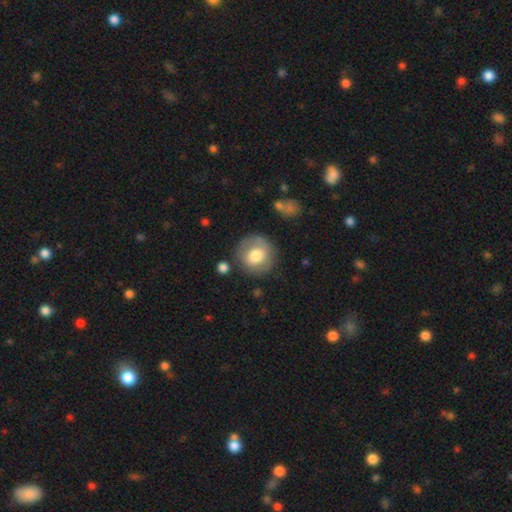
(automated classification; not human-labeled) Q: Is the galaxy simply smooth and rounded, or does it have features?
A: smooth — 70%.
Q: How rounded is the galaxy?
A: round — 91%.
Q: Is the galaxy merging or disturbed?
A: none — 78%.